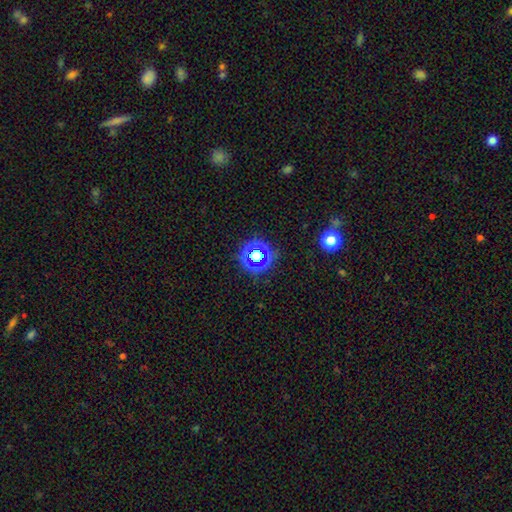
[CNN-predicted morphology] smooth_or_featured: star or artifact (p=0.59) [alt: smooth p=0.30]